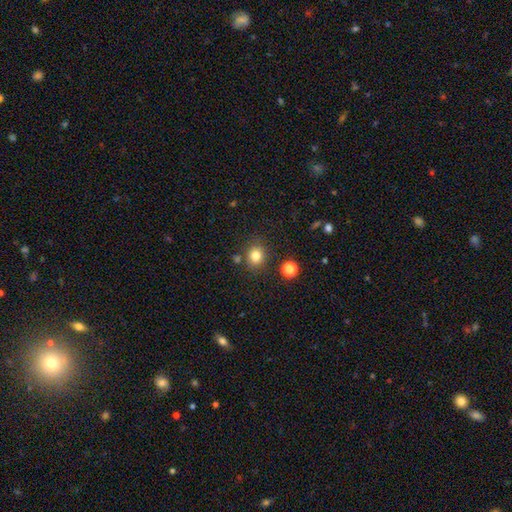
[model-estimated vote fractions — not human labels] Overall: smooth (81%). How rounded: round (73%). Merging: none (80%).